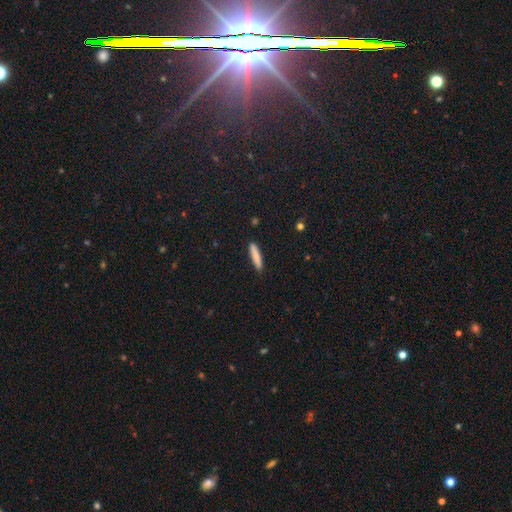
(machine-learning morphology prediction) Smooth or featured? smooth (84%)
How rounded? cigar-shaped (89%)
Merging? none (90%)